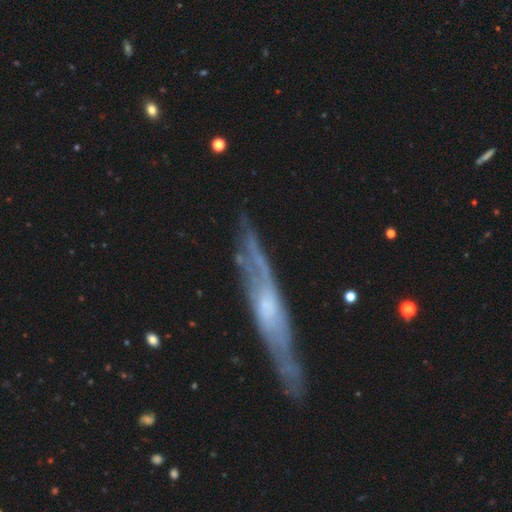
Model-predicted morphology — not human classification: Overall: featured or disk (72%). Edge-on disk: yes (62%; no 38%). Merging: none (68%).